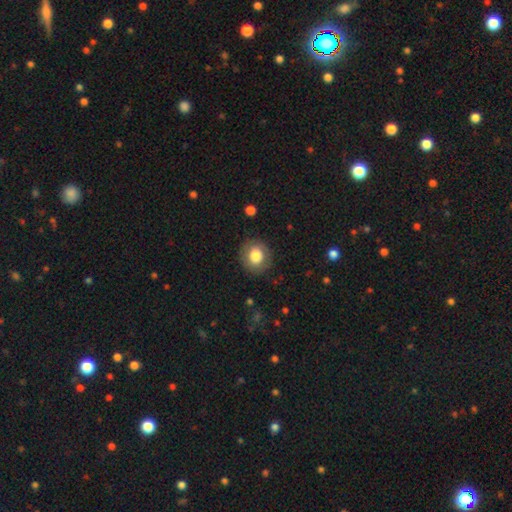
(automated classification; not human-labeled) Smooth or featured? smooth (78%)
How rounded? round (79%)
Merging? none (86%)